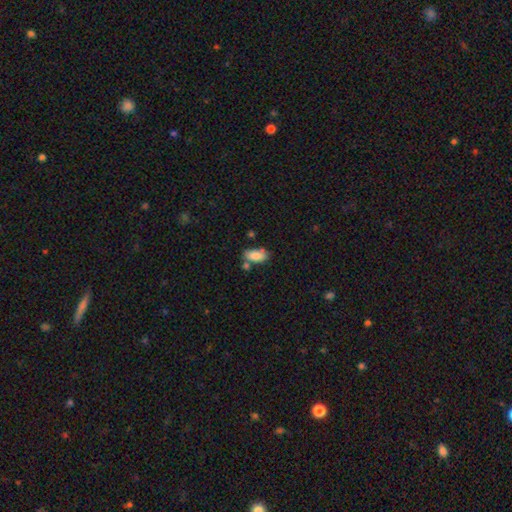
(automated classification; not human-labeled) smooth-or-featured: smooth: 84% | featured or disk: 9% | star or artifact: 8%
  how-rounded: in between: 89% | cigar-shaped: 8% | round: 3%
  merging: none: 57% | minor disturbance: 19% | merger: 18% | major disturbance: 5%